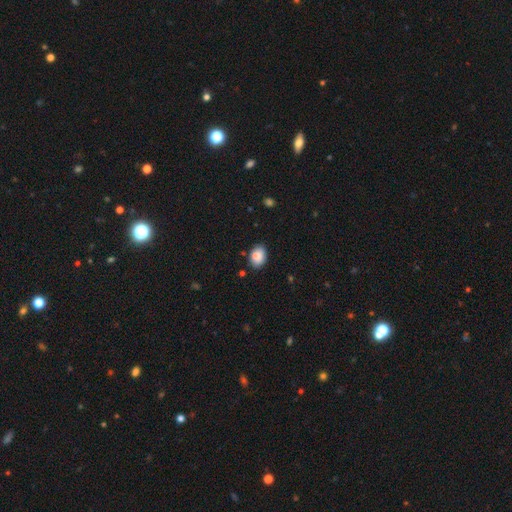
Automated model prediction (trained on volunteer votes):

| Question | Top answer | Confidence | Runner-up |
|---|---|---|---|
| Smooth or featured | smooth | 86% | star or artifact (8%) |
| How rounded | in between | 77% | round (22%) |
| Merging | none | 84% | minor disturbance (12%) |